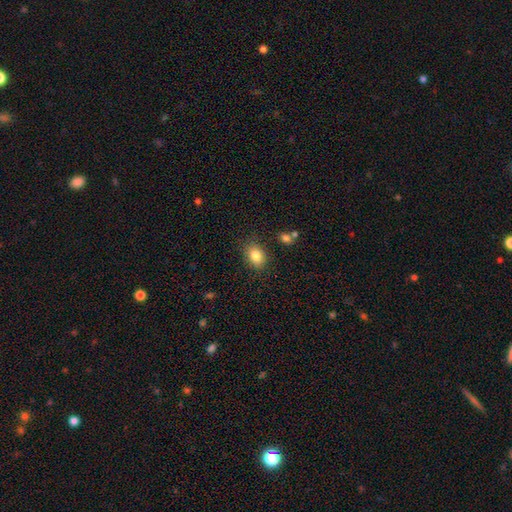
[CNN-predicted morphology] Overall: smooth (84%). How rounded: in between (68%; round 31%). Merging: none (83%).